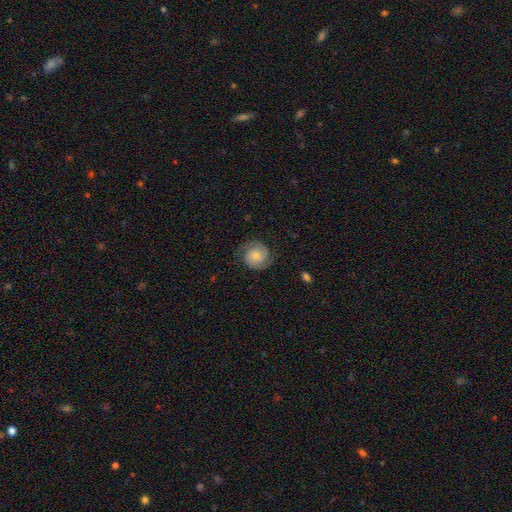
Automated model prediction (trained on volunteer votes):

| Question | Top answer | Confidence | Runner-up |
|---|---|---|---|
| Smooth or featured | featured or disk | 64% | smooth (28%) |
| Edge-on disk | no | 98% | yes (2%) |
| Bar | no | 72% | weak (24%) |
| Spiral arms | yes | 94% | no (6%) |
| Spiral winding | tight | 47% | medium (39%) |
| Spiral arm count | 2 | 85% | can't tell (7%) |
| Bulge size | small | 55% | moderate (34%) |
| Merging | none | 78% | minor disturbance (15%) |